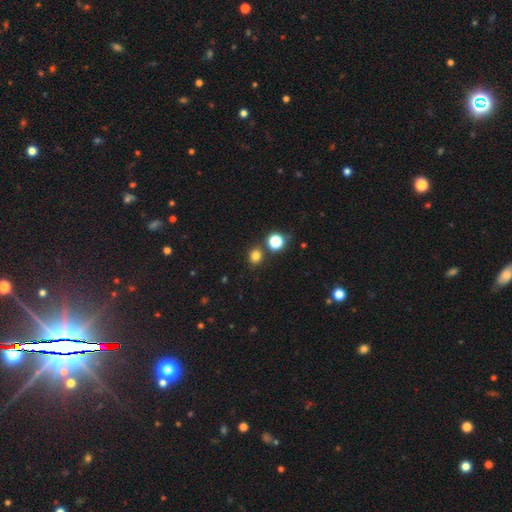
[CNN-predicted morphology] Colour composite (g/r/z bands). It shows a smooth galaxy with no disk features (78%) that is round (69%). Merging: none (80%).